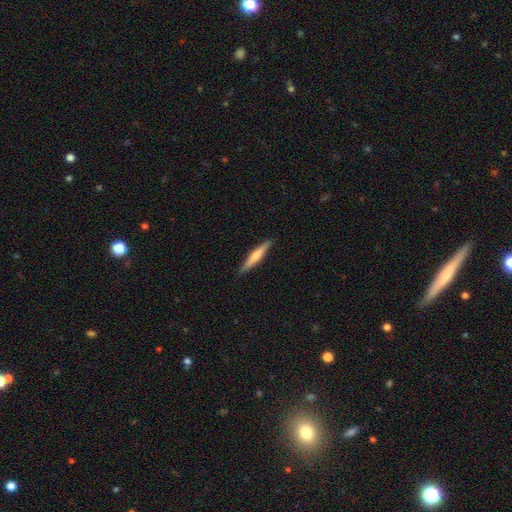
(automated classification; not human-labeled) Smooth or featured? smooth (48%)
Merging? none (90%)